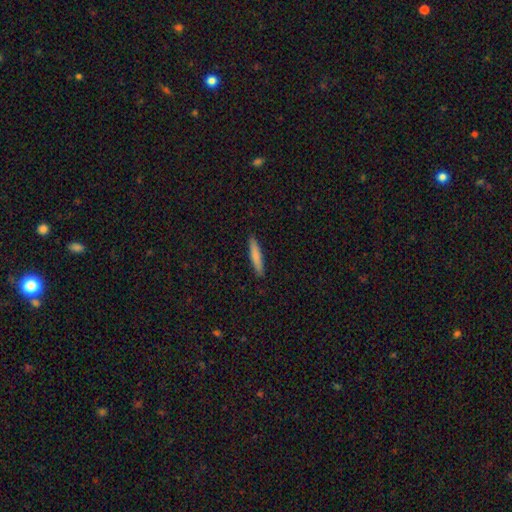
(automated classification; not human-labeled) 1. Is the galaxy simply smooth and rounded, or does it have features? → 79% smooth, 15% featured or disk, 6% star or artifact.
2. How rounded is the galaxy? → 91% cigar-shaped, 7% in between, 1% round.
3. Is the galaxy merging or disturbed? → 91% none, 6% minor disturbance, 1% major disturbance, 1% merger.